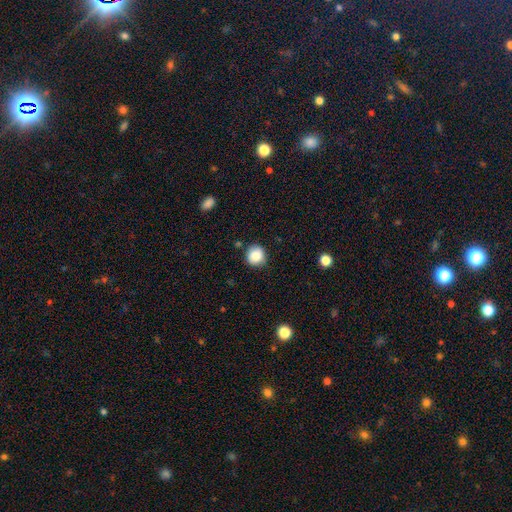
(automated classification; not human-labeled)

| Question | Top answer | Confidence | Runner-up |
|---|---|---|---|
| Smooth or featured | smooth | 87% | star or artifact (9%) |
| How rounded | round | 90% | in between (9%) |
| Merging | none | 85% | minor disturbance (10%) |